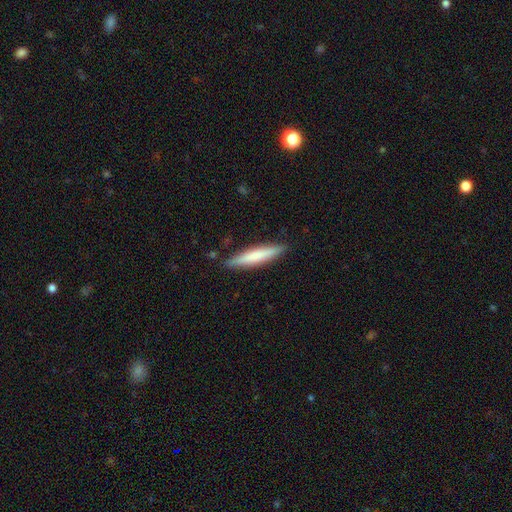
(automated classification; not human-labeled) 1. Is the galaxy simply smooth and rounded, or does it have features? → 67% smooth, 27% featured or disk, 6% star or artifact.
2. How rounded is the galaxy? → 90% cigar-shaped, 9% in between, 1% round.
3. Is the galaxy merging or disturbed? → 88% none, 9% minor disturbance, 2% major disturbance, 1% merger.